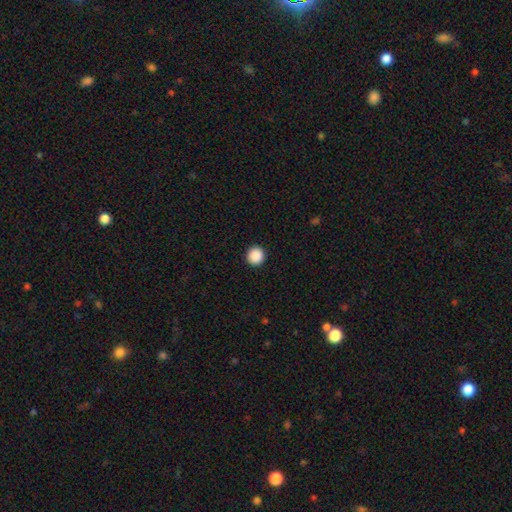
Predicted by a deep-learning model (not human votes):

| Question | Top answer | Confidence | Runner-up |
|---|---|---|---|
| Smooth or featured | smooth | 89% | star or artifact (9%) |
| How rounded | round | 95% | in between (4%) |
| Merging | none | 93% | minor disturbance (4%) |